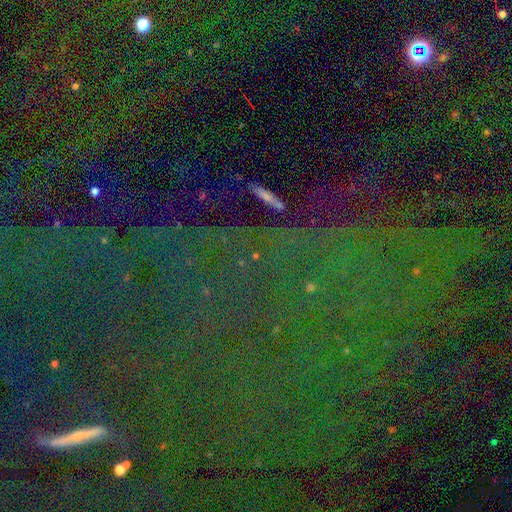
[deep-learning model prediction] star or artifact 84%, smooth 9%, featured or disk 7%.